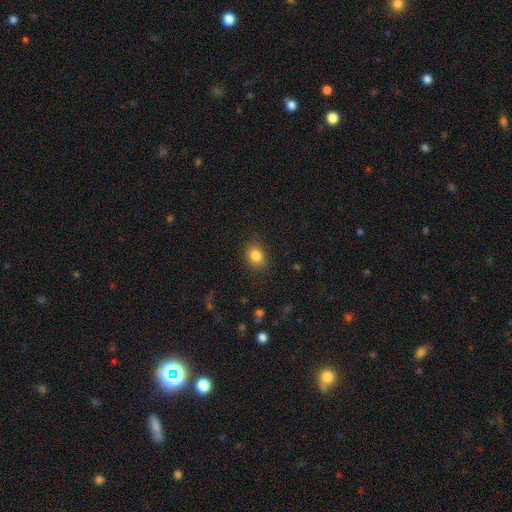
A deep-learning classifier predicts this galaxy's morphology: This is clearly a smooth galaxy (83%). How rounded: possibly in between (50%). Merging: clearly none (83%).